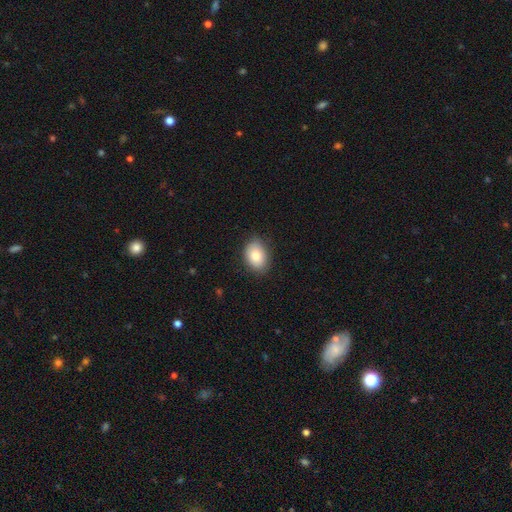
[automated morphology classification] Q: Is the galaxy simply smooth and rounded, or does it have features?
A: smooth — 83%.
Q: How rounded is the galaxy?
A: in between — 77%.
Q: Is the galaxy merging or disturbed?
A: none — 84%.